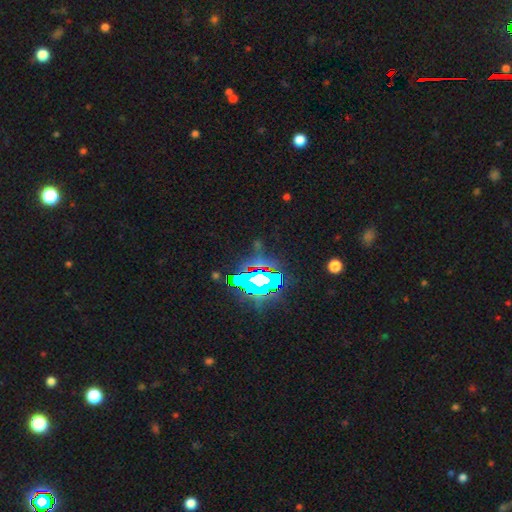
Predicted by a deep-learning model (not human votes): The model was most divided on "smooth or featured": star or artifact: 81%, smooth: 10%, featured or disk: 9%.